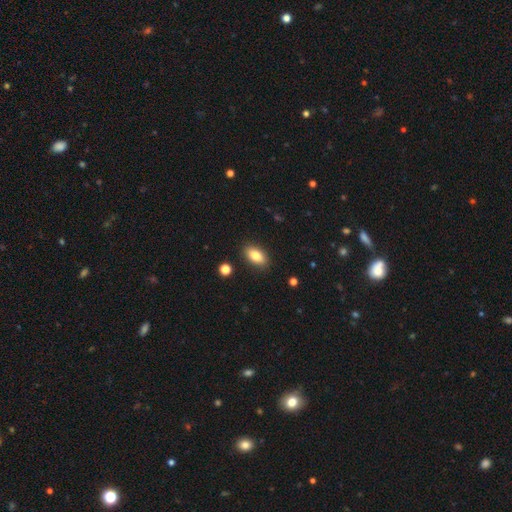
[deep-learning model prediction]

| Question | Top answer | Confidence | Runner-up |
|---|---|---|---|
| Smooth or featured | smooth | 84% | featured or disk (9%) |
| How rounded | in between | 90% | round (5%) |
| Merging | none | 88% | minor disturbance (9%) |